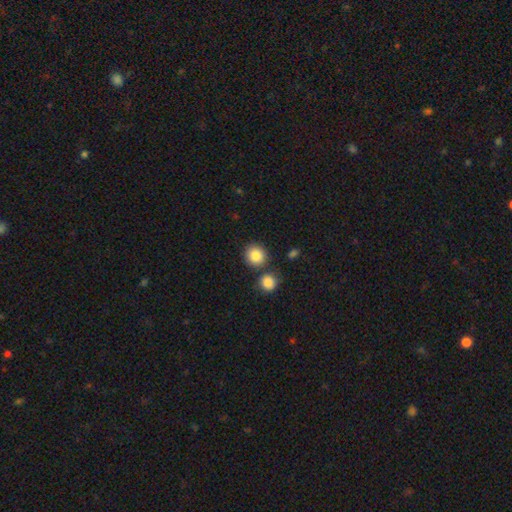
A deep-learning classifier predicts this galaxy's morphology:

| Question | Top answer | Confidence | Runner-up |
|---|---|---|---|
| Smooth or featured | smooth | 85% | star or artifact (9%) |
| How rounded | round | 88% | in between (11%) |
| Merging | none | 78% | merger (12%) |